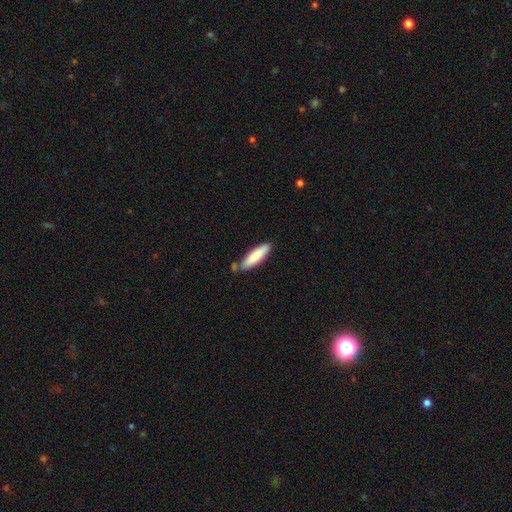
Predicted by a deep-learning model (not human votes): smooth-or-featured: smooth: 84% | featured or disk: 11% | star or artifact: 5%
  how-rounded: cigar-shaped: 69% | in between: 30% | round: 1%
  merging: none: 72% | minor disturbance: 16% | merger: 8% | major disturbance: 3%